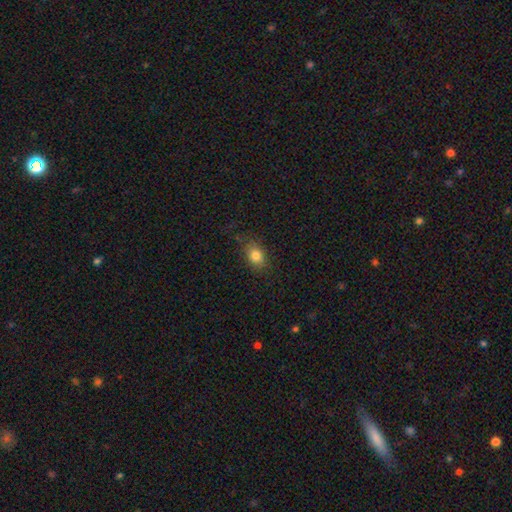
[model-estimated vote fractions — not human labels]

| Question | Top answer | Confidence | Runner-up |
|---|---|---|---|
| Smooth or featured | smooth | 82% | star or artifact (11%) |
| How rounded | in between | 70% | round (28%) |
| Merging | none | 78% | minor disturbance (16%) |